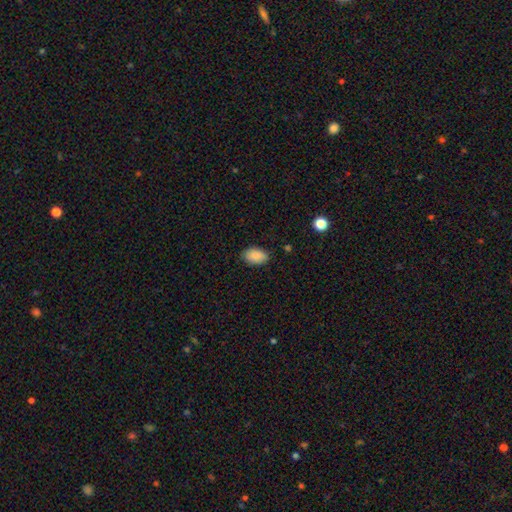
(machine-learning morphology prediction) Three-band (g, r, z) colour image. It shows a smooth galaxy with no disk features (89%) that is in between round and cigar-shaped (91%). Merging: none (83%).